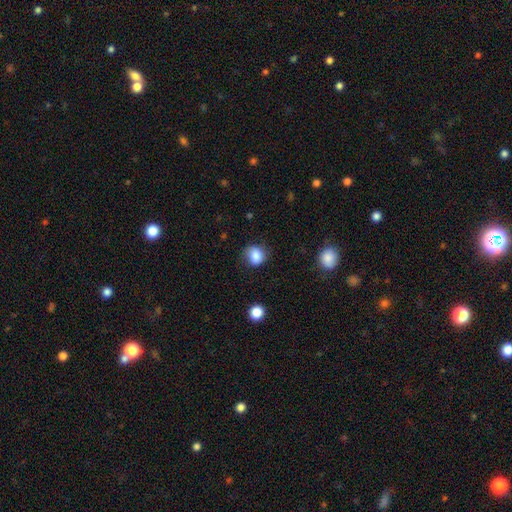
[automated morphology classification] Smooth or featured: smooth — 84% (star or artifact — 9%)
How rounded: round — 66% (in between — 33%)
Merging: none — 72% (minor disturbance — 20%)